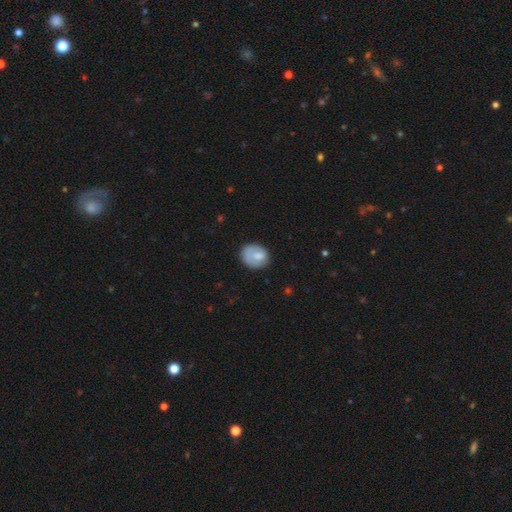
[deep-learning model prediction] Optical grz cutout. It shows a smooth galaxy with no disk features (71%) that is round (62%). Merging: none (65%).